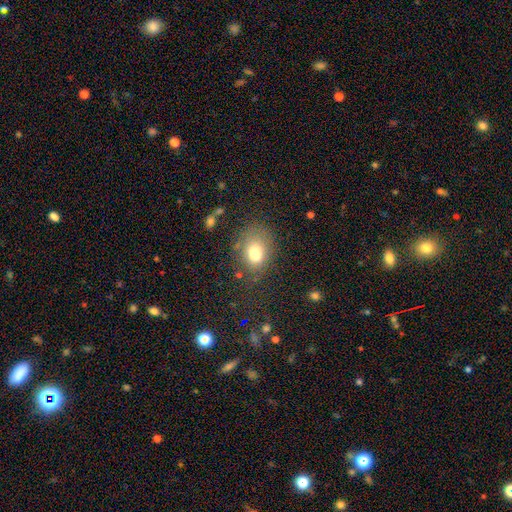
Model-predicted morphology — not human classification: smooth-or-featured: smooth: 77% | featured or disk: 12% | star or artifact: 11%
  how-rounded: in between: 70% | round: 29% | cigar-shaped: 1%
  merging: none: 67% | minor disturbance: 20% | major disturbance: 10% | merger: 3%